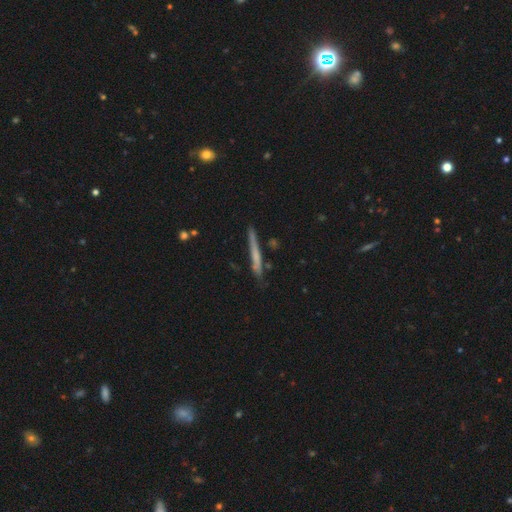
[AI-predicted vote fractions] smooth-or-featured: smooth: 49% | featured or disk: 44% | star or artifact: 6%
  merging: none: 79% | minor disturbance: 16% | merger: 3% | major disturbance: 3%